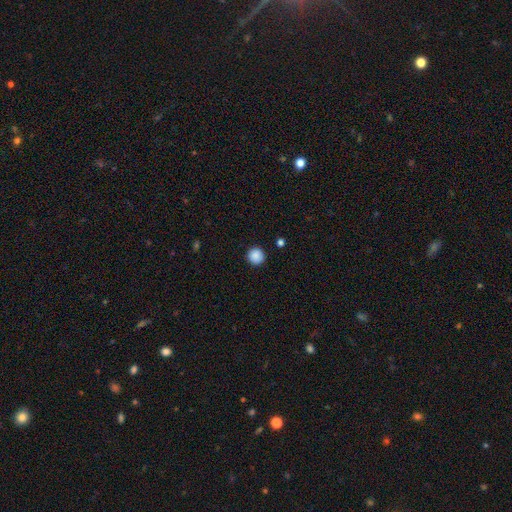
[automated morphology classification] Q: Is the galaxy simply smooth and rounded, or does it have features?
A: smooth — 88%.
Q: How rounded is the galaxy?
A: round — 96%.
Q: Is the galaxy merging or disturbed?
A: none — 92%.